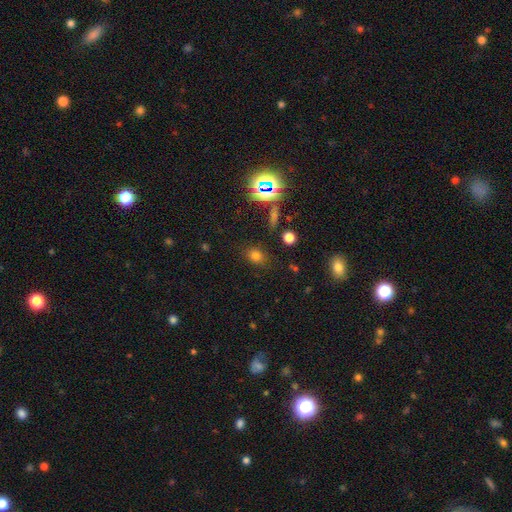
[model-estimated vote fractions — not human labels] Smooth or featured: smooth — 70% (star or artifact — 22%)
How rounded: round — 52% (in between — 46%)
Merging: none — 83% (minor disturbance — 10%)